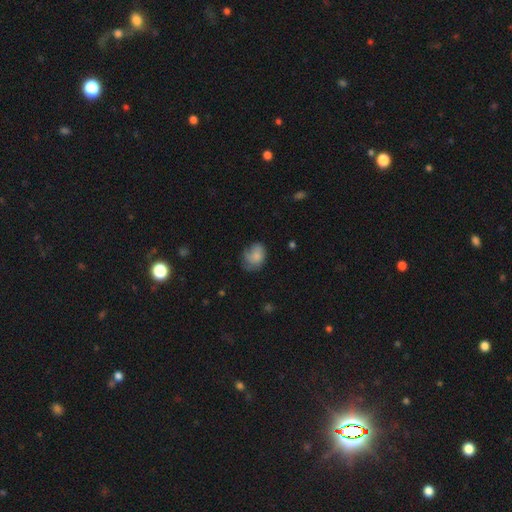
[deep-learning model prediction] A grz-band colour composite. It shows a smooth galaxy with no disk features (70%) that is in between round and cigar-shaped (62%). Merging: none (45%).